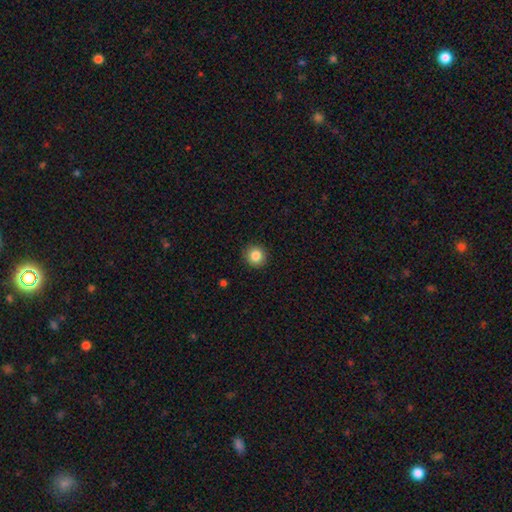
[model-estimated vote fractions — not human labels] The model was most divided on "smooth or featured": smooth: 85%, star or artifact: 10%, featured or disk: 5%. More confident: how rounded — round (93%); merging — none (92%).